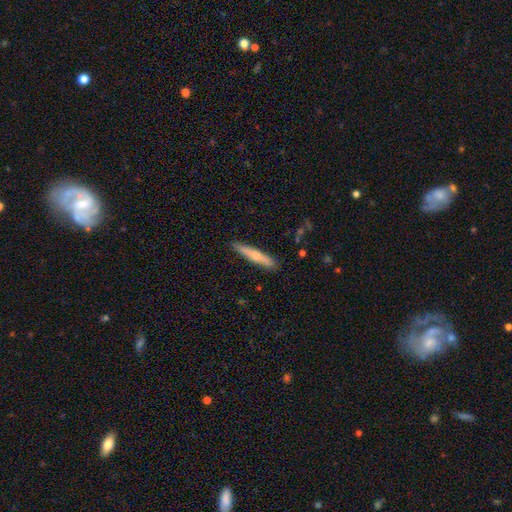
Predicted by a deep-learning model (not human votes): smooth_or_featured: smooth (p=0.61) [alt: featured or disk p=0.33]
how_rounded: cigar-shaped (p=0.92) [alt: in between p=0.06]
merging: none (p=0.86) [alt: minor disturbance p=0.10]